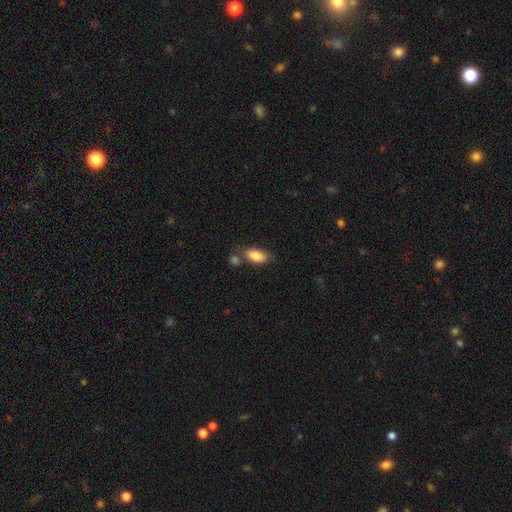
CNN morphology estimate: Overall: smooth (85%). How rounded: in between (87%). Merging: none (59%; merger 20%).